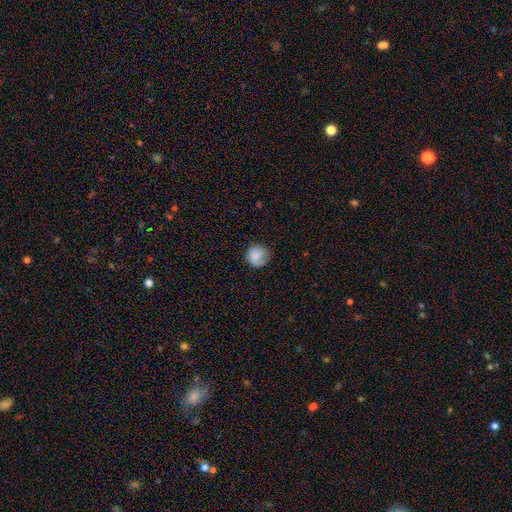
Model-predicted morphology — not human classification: A smooth galaxy with no disk features (75%) that is round (87%). Merging: none (66%).